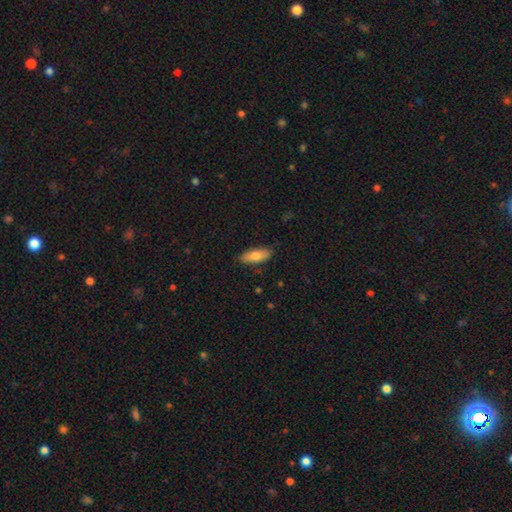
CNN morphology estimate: Smooth or featured? Predicted: smooth (p=0.80). How rounded? Predicted: in between (p=0.73). Merging? Predicted: none (p=0.85).